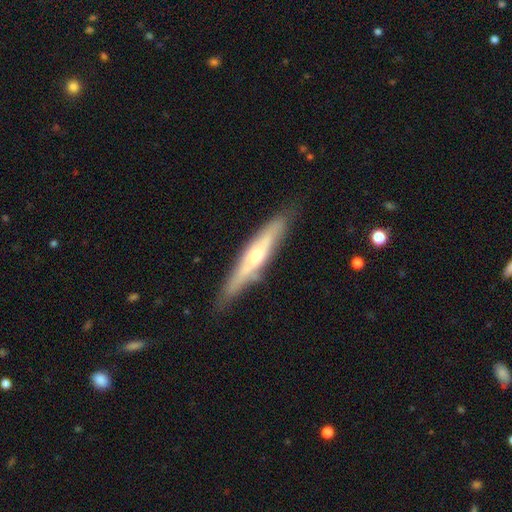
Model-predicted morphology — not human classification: This appears to be a featured or disk galaxy (65%) viewed edge-on (85%) with a rounded central bulge (81%). Merging: none (81%).